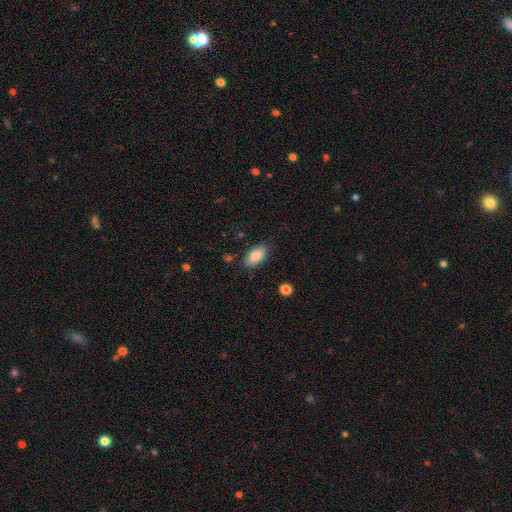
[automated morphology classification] Smooth or featured? smooth (85%)
How rounded? in between (93%)
Merging? none (81%)